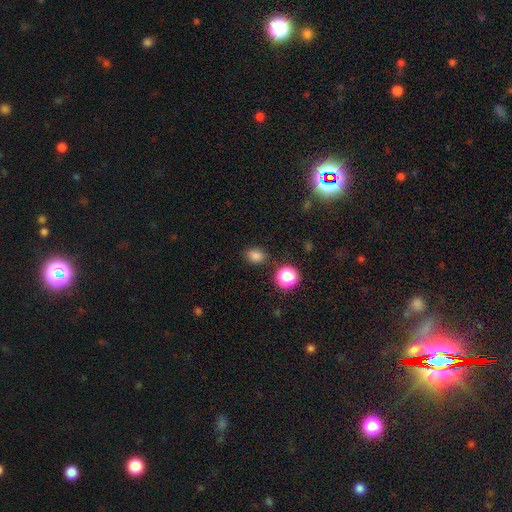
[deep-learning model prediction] Q: Smooth or featured?
A: smooth (79%); runner-up: star or artifact (17%)
Q: How rounded?
A: in between (56%); runner-up: round (43%)
Q: Merging?
A: none (82%); runner-up: minor disturbance (12%)